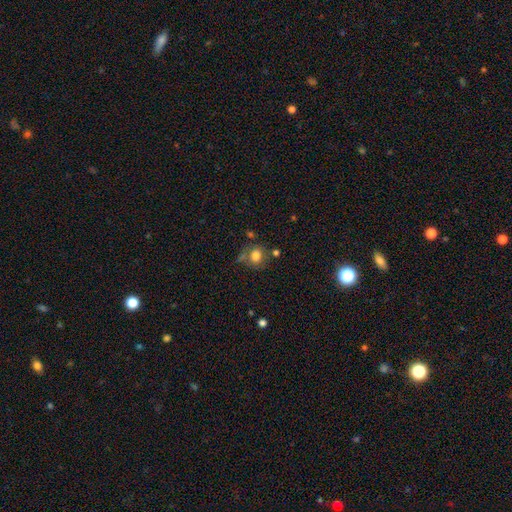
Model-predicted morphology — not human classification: This is likely a smooth galaxy (78%). How rounded: likely round (71%). Merging: likely none (61%).